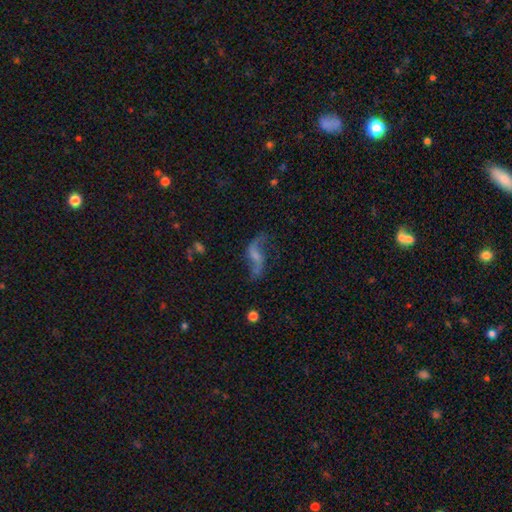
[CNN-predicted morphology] This is likely a featured or disk galaxy (79%). It is clearly not viewed edge-on (94%). Bar: marginally weak (42%, tied with no). Spiral arm pattern: clearly yes (92%). Spiral arm count: clearly 2 (91%). Spiral winding: clearly loose (91%). Central bulge: marginally small (41%). Merging: likely none (64%).